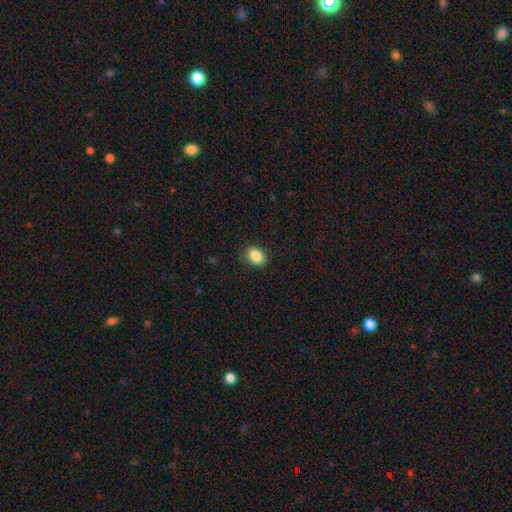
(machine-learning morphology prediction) Smooth or featured? smooth (86%)
How rounded? round (50%)
Merging? none (86%)